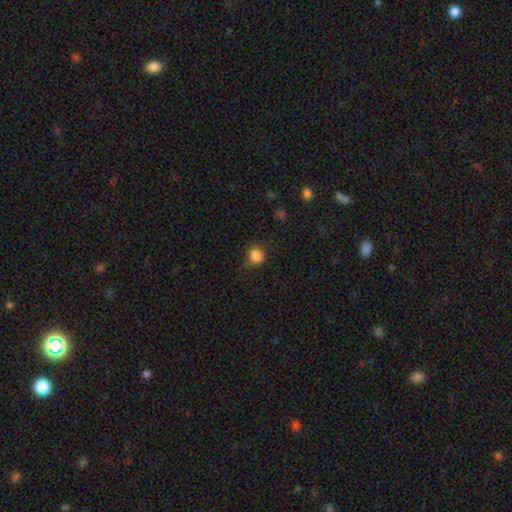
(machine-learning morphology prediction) Overall: smooth (85%). How rounded: round (81%). Merging: none (73%).